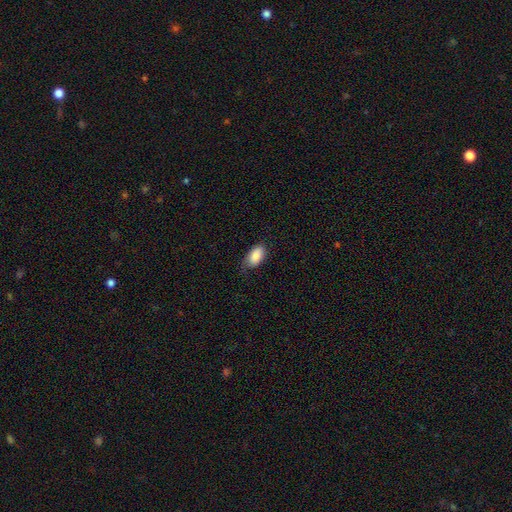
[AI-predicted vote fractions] smooth_or_featured: smooth (p=0.88) [alt: star or artifact p=0.07]
how_rounded: in between (p=0.93) [alt: round p=0.04]
merging: none (p=0.63) [alt: minor disturbance p=0.29]